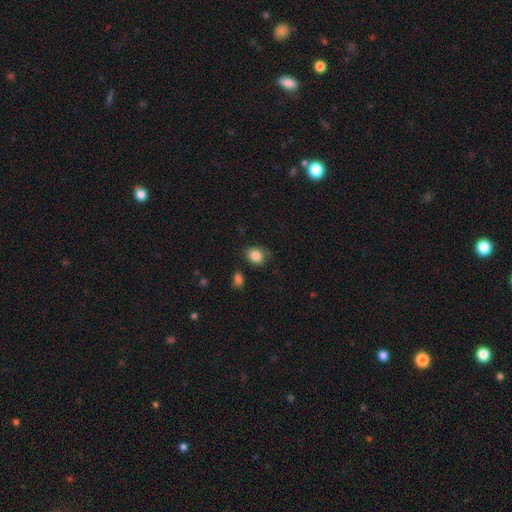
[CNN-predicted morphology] This appears to be a smooth galaxy with no disk features (85%) that is round (63%). Merging: none (75%).